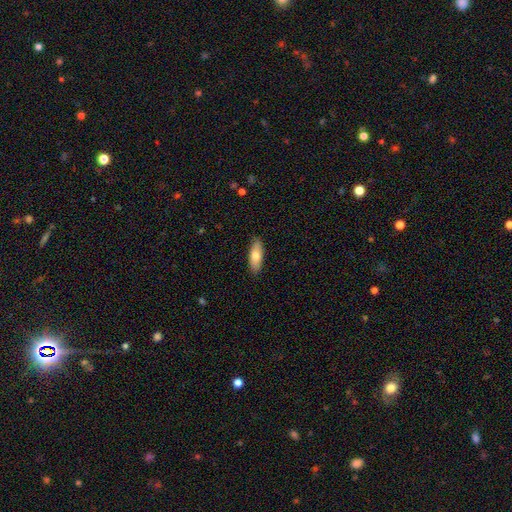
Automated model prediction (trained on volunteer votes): Q: Smooth or featured?
A: smooth (75%); runner-up: featured or disk (19%)
Q: How rounded?
A: in between (66%); runner-up: cigar-shaped (32%)
Q: Merging?
A: none (87%); runner-up: minor disturbance (10%)